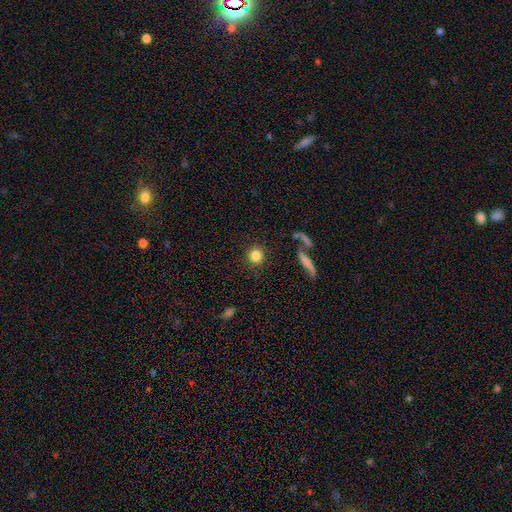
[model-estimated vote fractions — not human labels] Smooth or featured?
  - smooth: 83% *
  - star or artifact: 10%
  - featured or disk: 7%
How rounded?
  - round: 89% *
  - in between: 9%
  - cigar-shaped: 2%
Merging?
  - none: 88% *
  - minor disturbance: 7%
  - major disturbance: 3%
  - merger: 3%